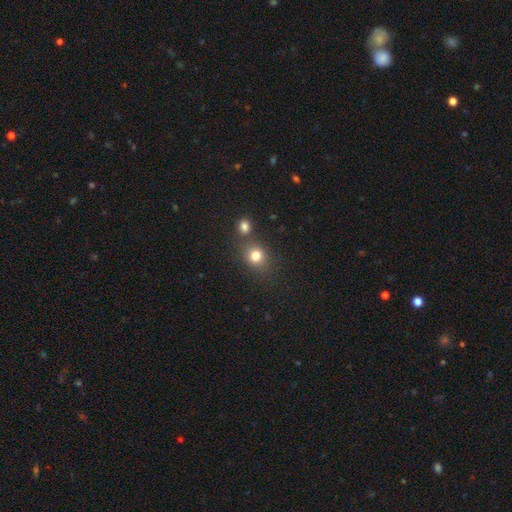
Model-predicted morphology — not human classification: Q: Smooth or featured?
A: smooth (79%); runner-up: star or artifact (14%)
Q: How rounded?
A: round (75%); runner-up: in between (24%)
Q: Merging?
A: none (65%); runner-up: merger (21%)